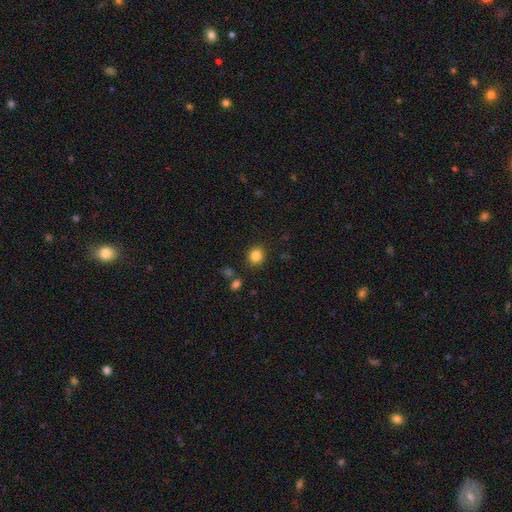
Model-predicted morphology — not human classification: This appears to be a smooth galaxy with no disk features (84%) that is round (86%). Merging: none (88%).